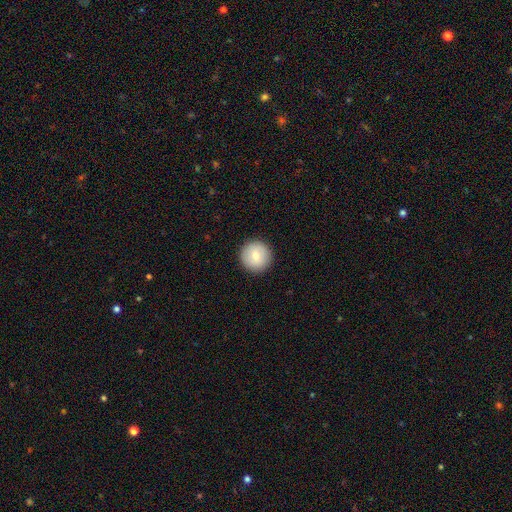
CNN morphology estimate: Q: Smooth or featured?
A: smooth (77%); runner-up: featured or disk (15%)
Q: How rounded?
A: round (96%); runner-up: in between (3%)
Q: Merging?
A: none (92%); runner-up: minor disturbance (5%)